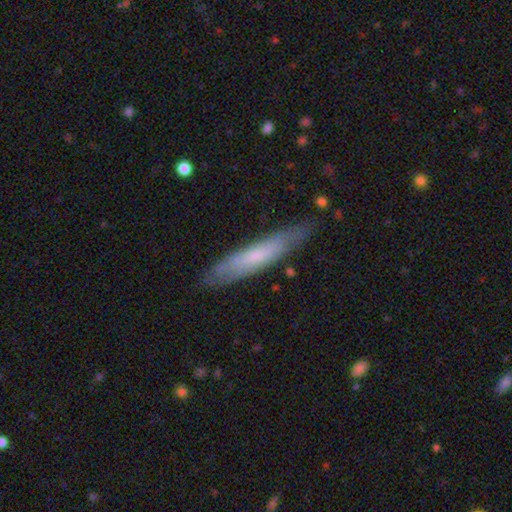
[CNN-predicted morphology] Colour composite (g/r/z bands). It shows a smooth galaxy with no disk features (57%) that is cigar-shaped (87%). Merging: none (80%).